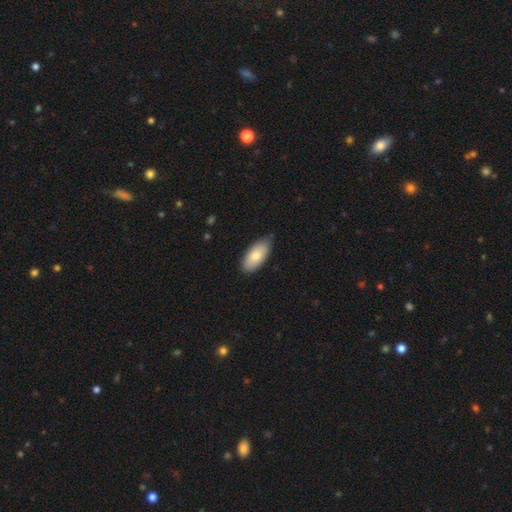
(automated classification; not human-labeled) Morphology: type=smooth (78%); roundness=in between (92%); merging=none (77%).